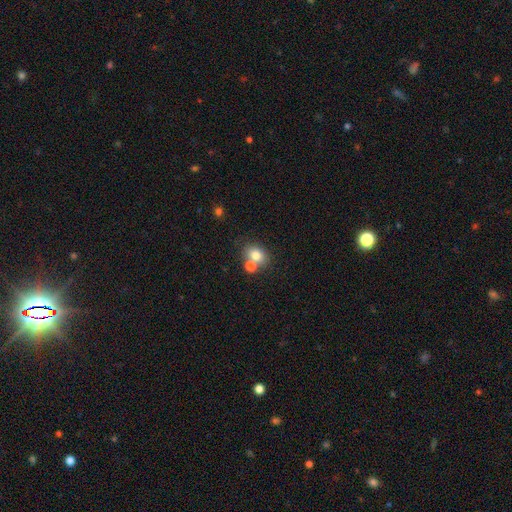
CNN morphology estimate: A smooth galaxy with no disk features (77%) that is in between round and cigar-shaped (51%). Merging: none (54%).